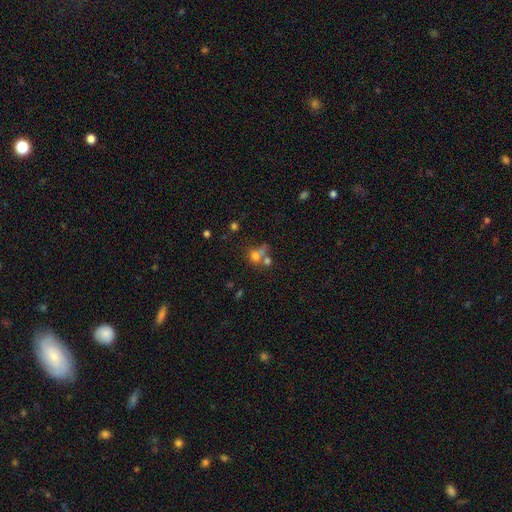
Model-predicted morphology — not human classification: smooth_or_featured: smooth (p=0.65) [alt: star or artifact p=0.18]
how_rounded: round (p=0.73) [alt: in between p=0.26]
merging: merger (p=0.47) [alt: none p=0.34]